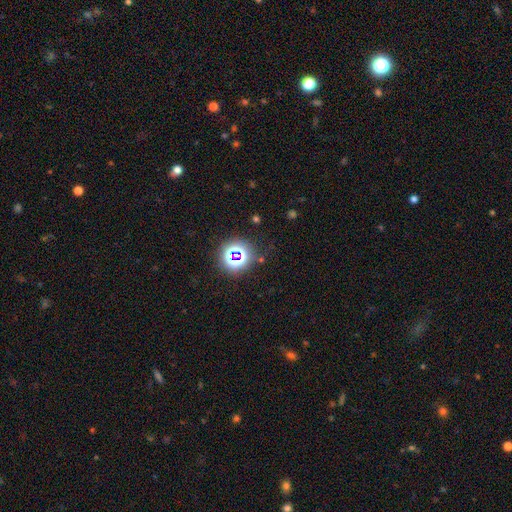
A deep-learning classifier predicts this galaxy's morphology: Q: Smooth or featured?
A: star or artifact (76%); runner-up: smooth (17%)